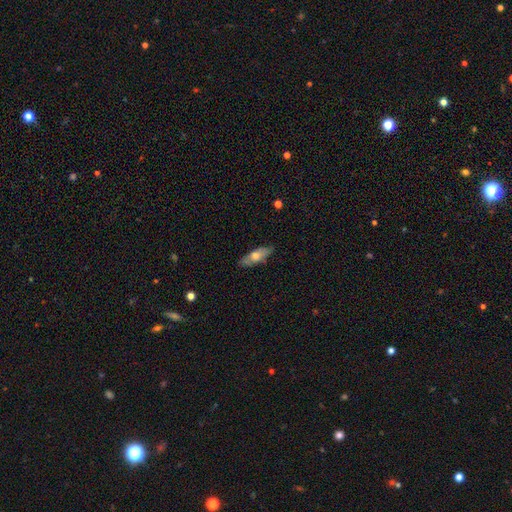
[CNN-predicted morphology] smooth 60%, featured or disk 34%, star or artifact 6%. Down the decision tree: how rounded — in between (59%); merging — none (83%).